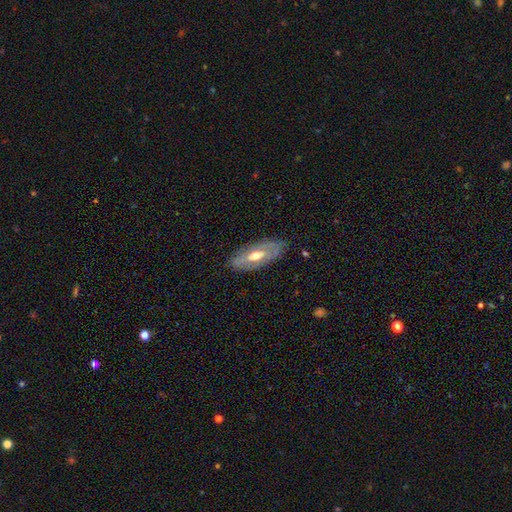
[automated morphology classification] featured or disk 60%, smooth 34%, star or artifact 6%. Down the decision tree: edge-on disk — no (81%); merging — none (80%).